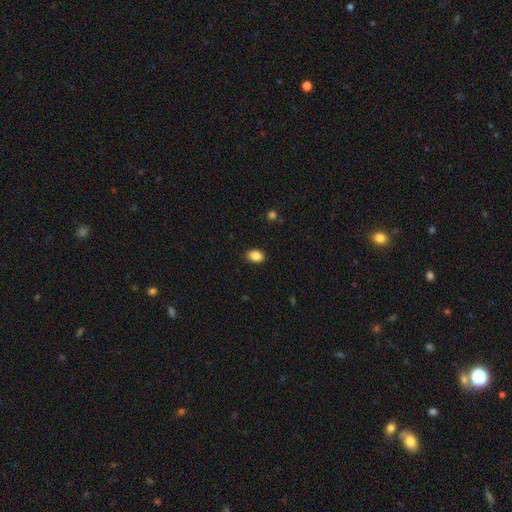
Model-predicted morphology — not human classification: smooth-or-featured: smooth: 87% | star or artifact: 9% | featured or disk: 4%
  how-rounded: in between: 81% | round: 18% | cigar-shaped: 1%
  merging: none: 88% | minor disturbance: 9% | major disturbance: 2% | merger: 1%